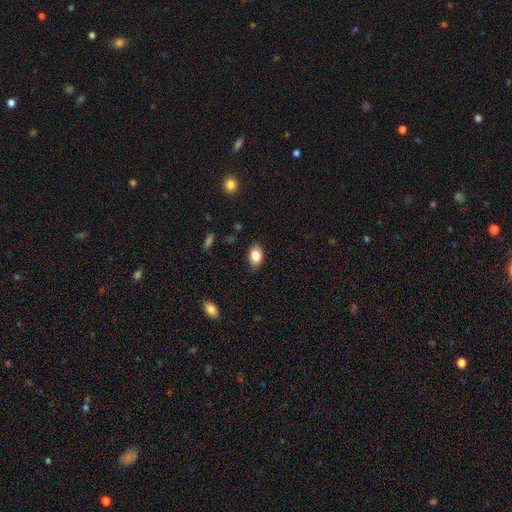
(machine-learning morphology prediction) Smooth or featured?
  - smooth: 84% *
  - star or artifact: 8%
  - featured or disk: 8%
How rounded?
  - in between: 80% *
  - round: 18%
  - cigar-shaped: 1%
Merging?
  - none: 82% *
  - minor disturbance: 14%
  - major disturbance: 3%
  - merger: 1%